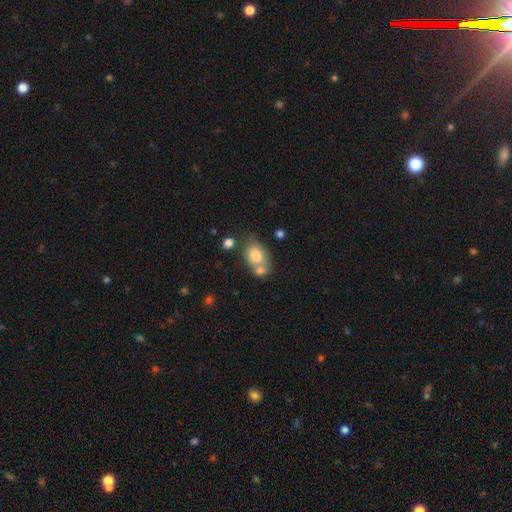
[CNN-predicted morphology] The model was most divided on "merging": none: 46%, merger: 36%, minor disturbance: 14%, major disturbance: 5%. More confident: smooth or featured — smooth (77%); how rounded — in between (75%).